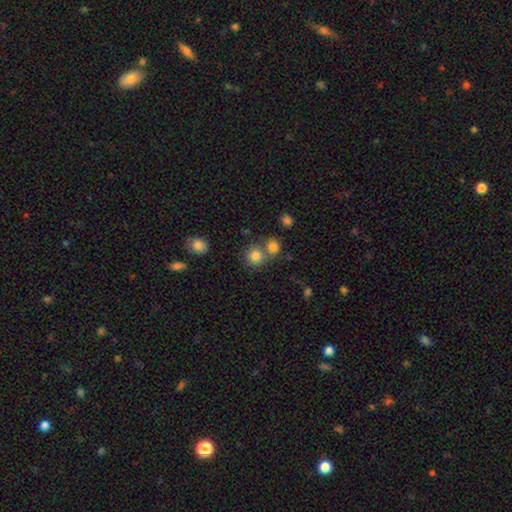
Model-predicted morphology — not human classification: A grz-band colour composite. It shows a smooth galaxy with no disk features (81%) that is round (87%). Merging: none (57%).